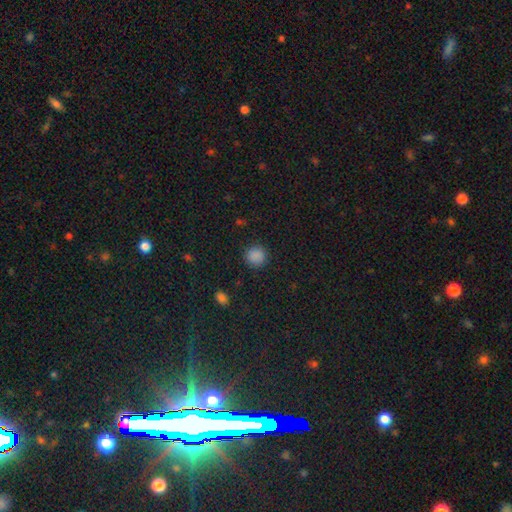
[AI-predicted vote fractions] Smooth or featured? Predicted: smooth (p=0.87). How rounded? Predicted: round (p=0.92). Merging? Predicted: none (p=0.90).